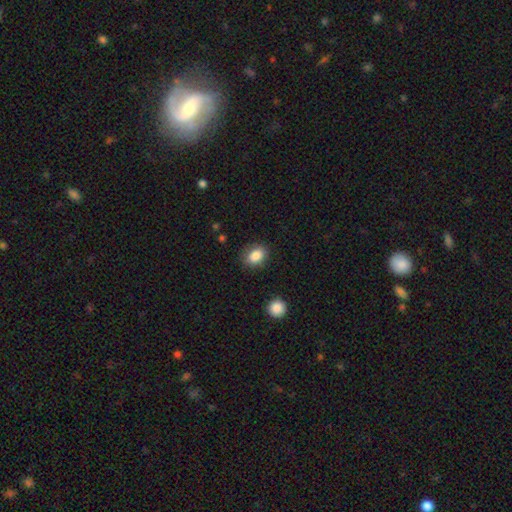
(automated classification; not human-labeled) Smooth or featured? smooth (87%)
How rounded? in between (65%)
Merging? none (82%)